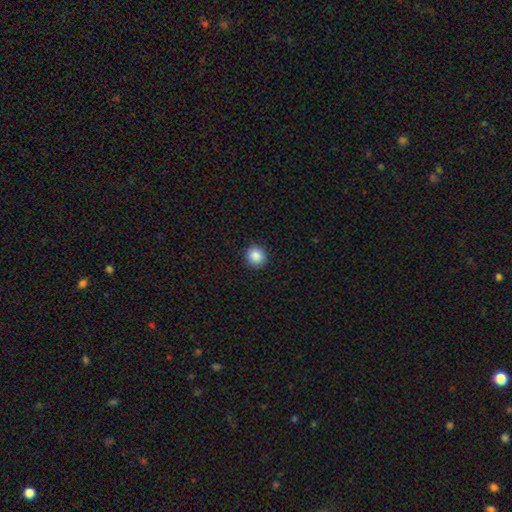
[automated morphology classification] Smooth or featured: smooth — 88% (star or artifact — 9%)
How rounded: round — 89% (in between — 10%)
Merging: none — 91% (minor disturbance — 6%)